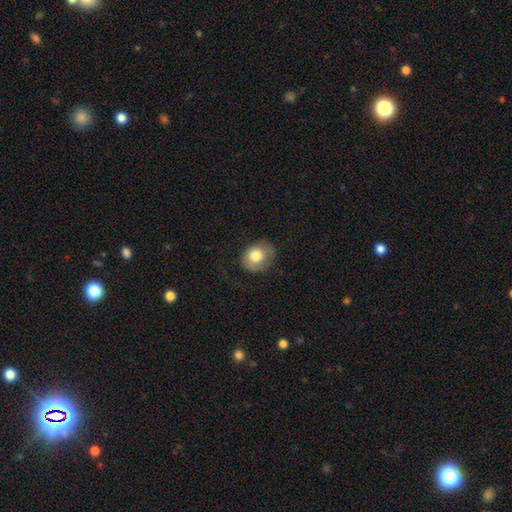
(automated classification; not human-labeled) Overall: smooth (75%). How rounded: round (56%; in between 43%). Merging: none (62%; minor disturbance 24%).